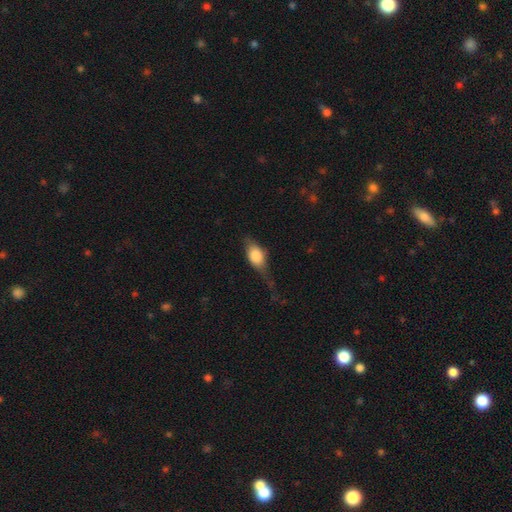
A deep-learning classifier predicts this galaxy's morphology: Smooth or featured? smooth (70%)
How rounded? in between (82%)
Merging? none (39%)